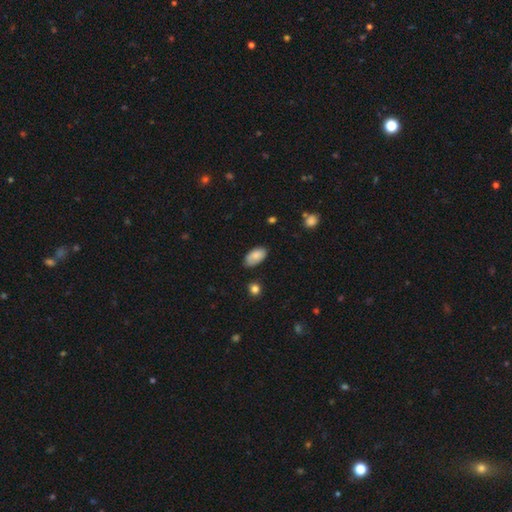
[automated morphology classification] Q: Smooth or featured?
A: smooth (85%); runner-up: featured or disk (8%)
Q: How rounded?
A: in between (95%); runner-up: round (3%)
Q: Merging?
A: none (74%); runner-up: minor disturbance (21%)